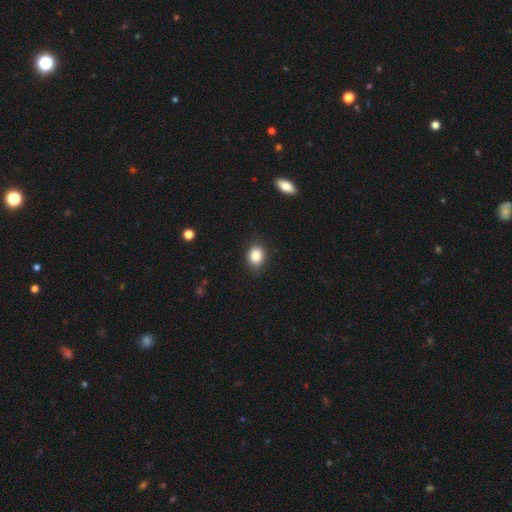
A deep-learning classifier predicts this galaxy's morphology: Smooth or featured?
  - smooth: 85% *
  - star or artifact: 9%
  - featured or disk: 5%
How rounded?
  - round: 50% *
  - in between: 49%
  - cigar-shaped: 1%
Merging?
  - none: 87% *
  - minor disturbance: 10%
  - major disturbance: 2%
  - merger: 1%